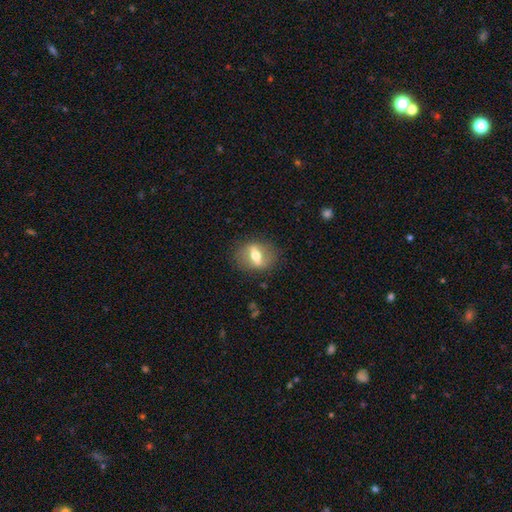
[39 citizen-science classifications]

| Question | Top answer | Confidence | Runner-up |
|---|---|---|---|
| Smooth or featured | featured or disk | 64% | smooth (28%) |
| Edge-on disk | no | 80% | yes (20%) |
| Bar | strong | 80% | weak (10%) |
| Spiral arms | no | 90% | yes (10%) |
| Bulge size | moderate | 70% | large (25%) |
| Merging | none | 86% | minor disturbance (8%) |